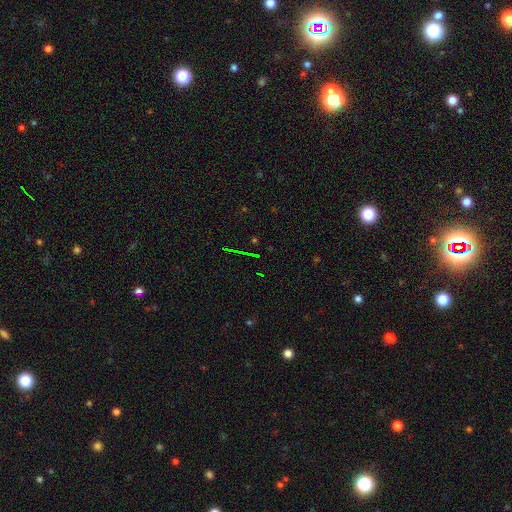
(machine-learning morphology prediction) Overall: star or artifact (71%).